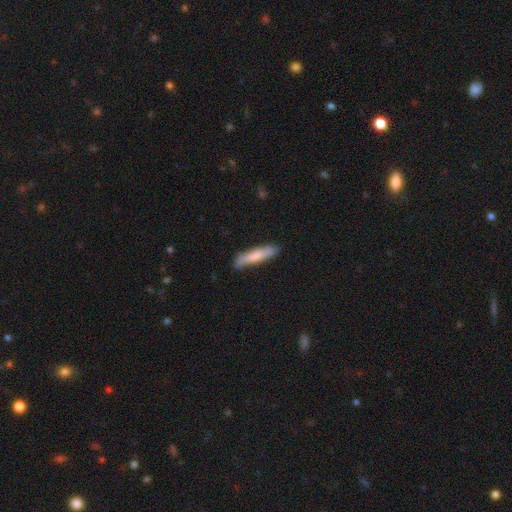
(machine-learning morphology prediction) smooth-or-featured: smooth: 73% | featured or disk: 22% | star or artifact: 6%
  how-rounded: cigar-shaped: 85% | in between: 14% | round: 1%
  merging: none: 76% | minor disturbance: 19% | major disturbance: 4% | merger: 2%